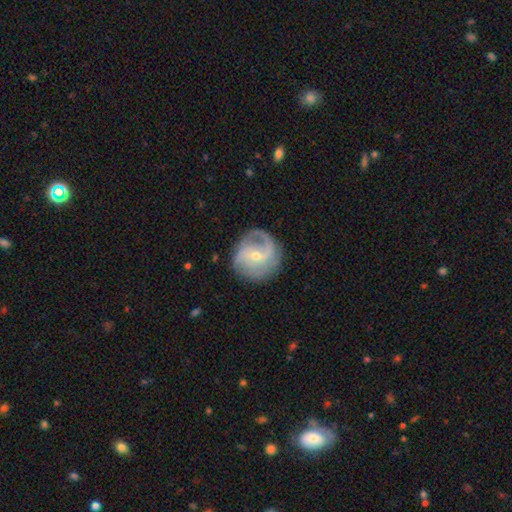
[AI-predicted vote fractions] Smooth or featured? Predicted: featured or disk (p=0.83). Edge-on disk? Predicted: no (p=0.97). Bar? Predicted: no (p=0.43). Spiral arms? Predicted: yes (p=0.94). Spiral winding? Predicted: medium (p=0.46). Spiral arm count? Predicted: 2 (p=0.55). Bulge size? Predicted: small (p=0.60). Merging? Predicted: none (p=0.75).